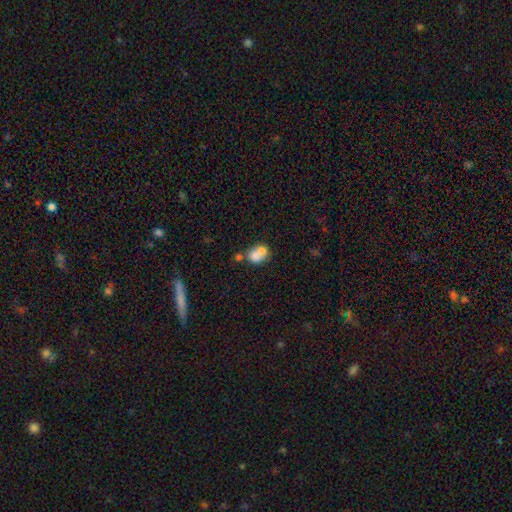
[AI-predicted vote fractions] Smooth or featured: smooth — 71% (featured or disk — 19%)
How rounded: round — 52% (in between — 46%)
Merging: merger — 59% (none — 27%)